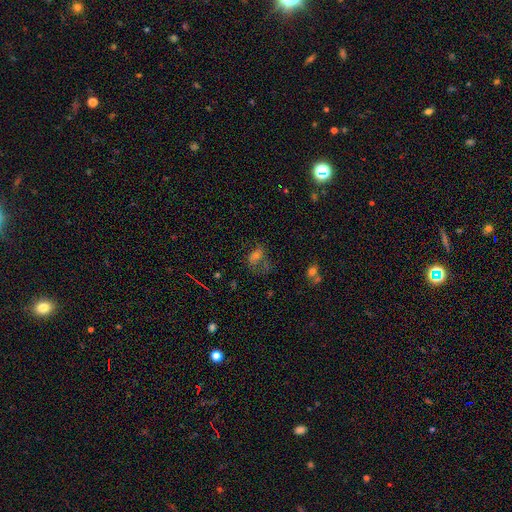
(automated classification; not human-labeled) A smooth galaxy with no disk features (45%). Merging: none (37%).